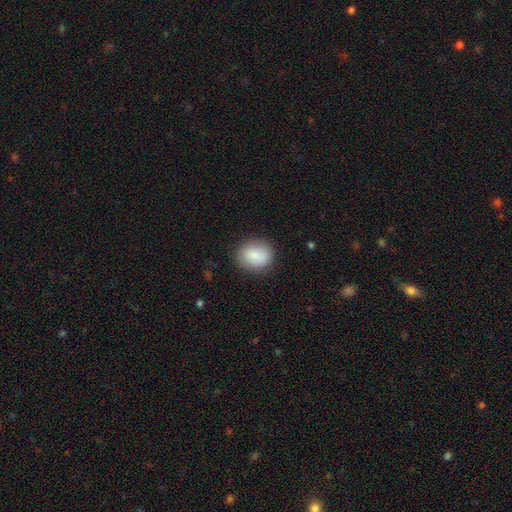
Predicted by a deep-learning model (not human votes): Overall: smooth (84%). How rounded: round (63%; in between 35%). Merging: none (83%).